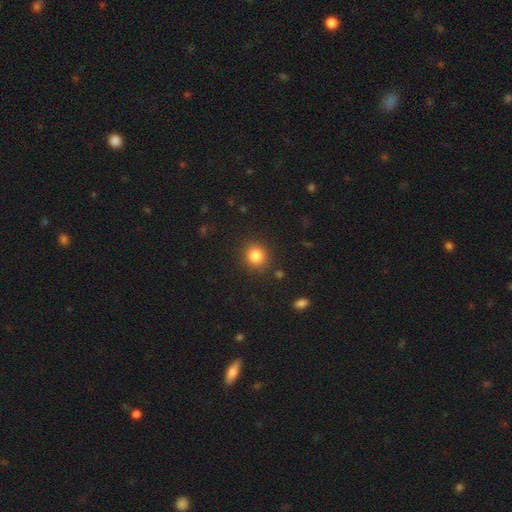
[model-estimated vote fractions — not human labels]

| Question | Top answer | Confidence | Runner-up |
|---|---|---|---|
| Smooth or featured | smooth | 83% | star or artifact (11%) |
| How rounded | round | 85% | in between (14%) |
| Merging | none | 89% | minor disturbance (7%) |